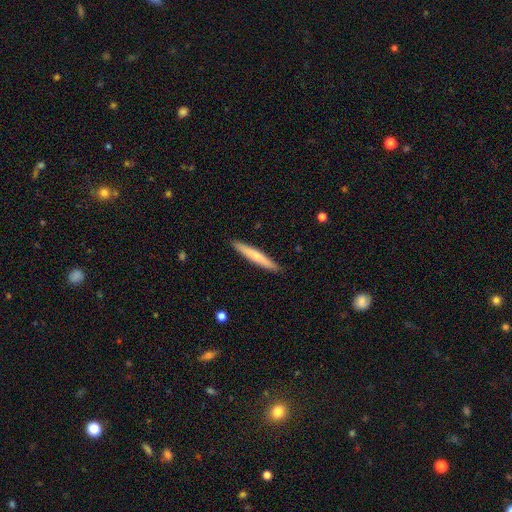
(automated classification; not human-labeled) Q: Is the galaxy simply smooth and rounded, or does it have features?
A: smooth — 63%.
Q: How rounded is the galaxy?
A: cigar-shaped — 95%.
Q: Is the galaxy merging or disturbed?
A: none — 91%.